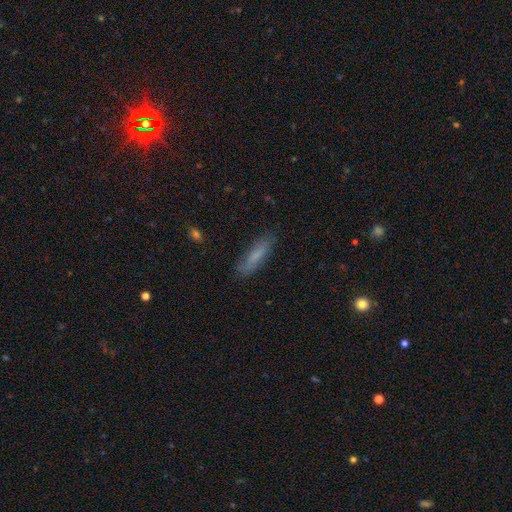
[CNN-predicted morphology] smooth-or-featured: smooth: 73% | featured or disk: 19% | star or artifact: 8%
  how-rounded: cigar-shaped: 73% | in between: 25% | round: 2%
  merging: none: 81% | minor disturbance: 14% | major disturbance: 3% | merger: 1%